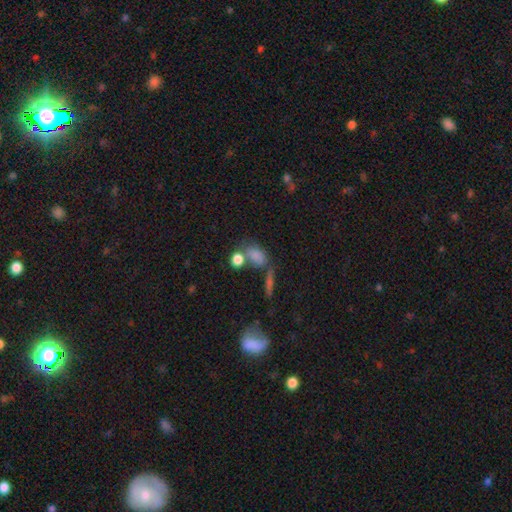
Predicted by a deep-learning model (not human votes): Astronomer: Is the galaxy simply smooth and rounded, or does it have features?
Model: smooth — 78%.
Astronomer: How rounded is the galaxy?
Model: in between — 75%.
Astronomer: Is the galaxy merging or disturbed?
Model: none — 46% (runner-up: merger, 32%).